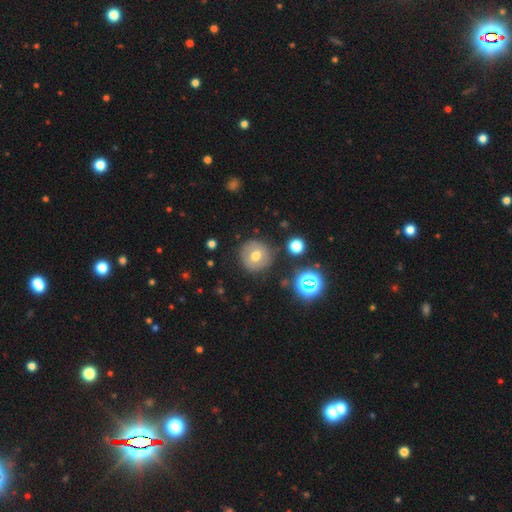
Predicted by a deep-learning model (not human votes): smooth-or-featured: smooth: 62% | featured or disk: 24% | star or artifact: 14%
  how-rounded: round: 94% | in between: 5% | cigar-shaped: 1%
  merging: none: 83% | minor disturbance: 11% | major disturbance: 4% | merger: 3%